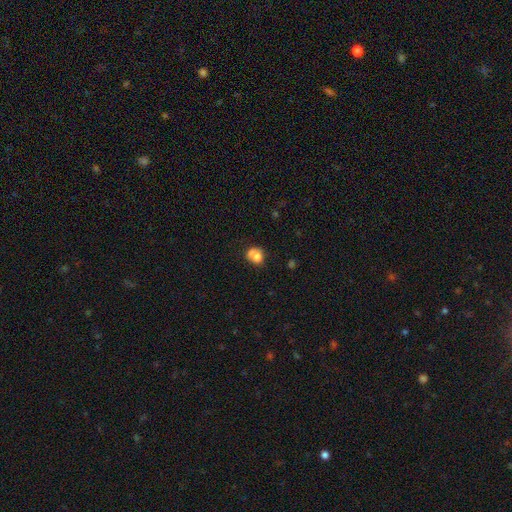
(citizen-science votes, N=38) smooth-or-featured: smooth: 79% | featured or disk: 16% | star or artifact: 5%
  how-rounded: round: 57% | in between: 43% | cigar-shaped: 0%
  merging: none: 42% | minor disturbance: 25% | merger: 25% | major disturbance: 8%